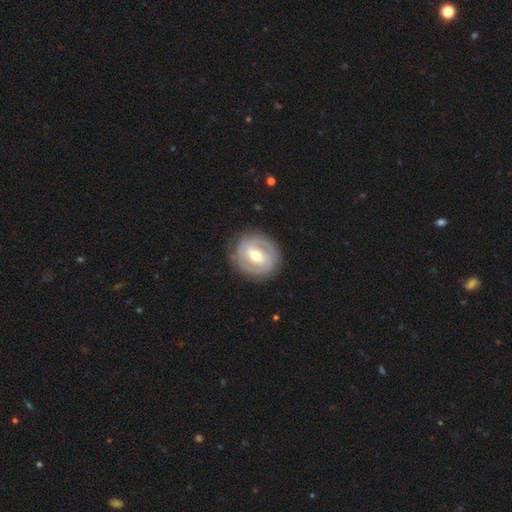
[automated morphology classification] A featured or disk galaxy (77%) with a weak bar (45%), 2 (63%) tight (69%) spiral arms (77%) and a moderate central bulge (69%). Merging: none (84%).